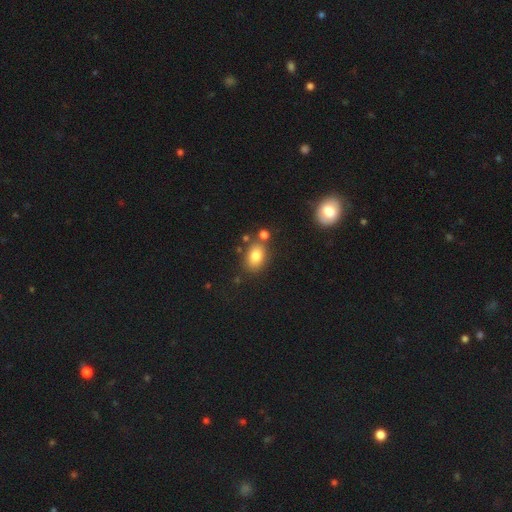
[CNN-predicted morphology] type=smooth (81%); roundness=in between (79%); merging=none (70%).